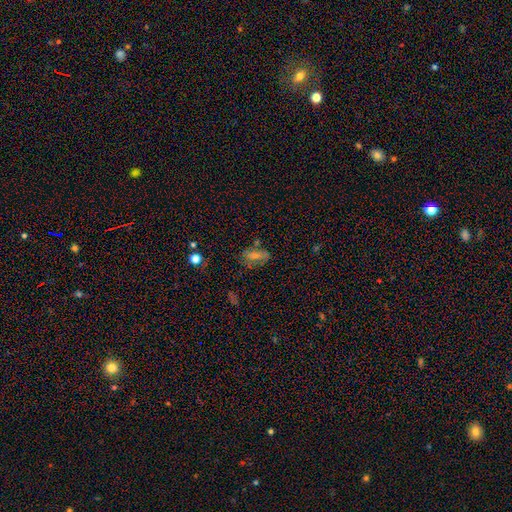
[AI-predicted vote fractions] Smooth or featured? Predicted: smooth (p=0.45). Merging? Predicted: none (p=0.65).